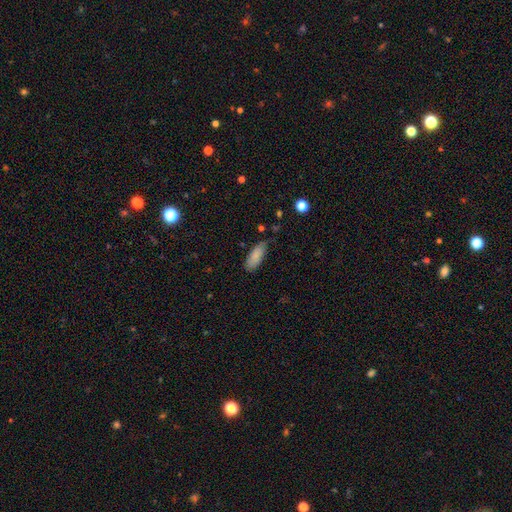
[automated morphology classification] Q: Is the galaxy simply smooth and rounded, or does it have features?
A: smooth — 86%.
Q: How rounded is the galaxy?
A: in between — 76%.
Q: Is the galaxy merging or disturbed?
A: none — 67%.